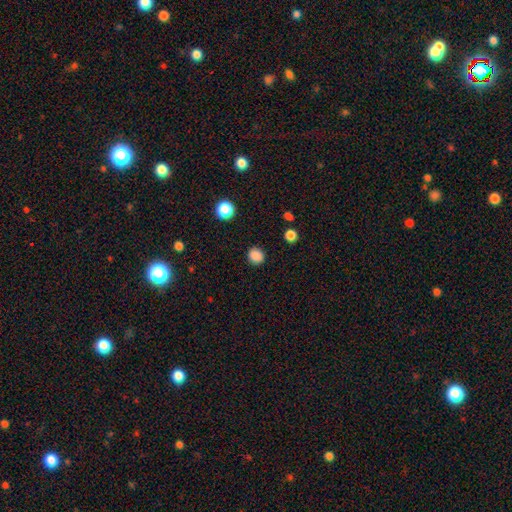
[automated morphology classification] smooth-or-featured: smooth: 86% | star or artifact: 11% | featured or disk: 3%
  how-rounded: round: 83% | in between: 16% | cigar-shaped: 1%
  merging: none: 90% | minor disturbance: 7% | major disturbance: 2% | merger: 1%